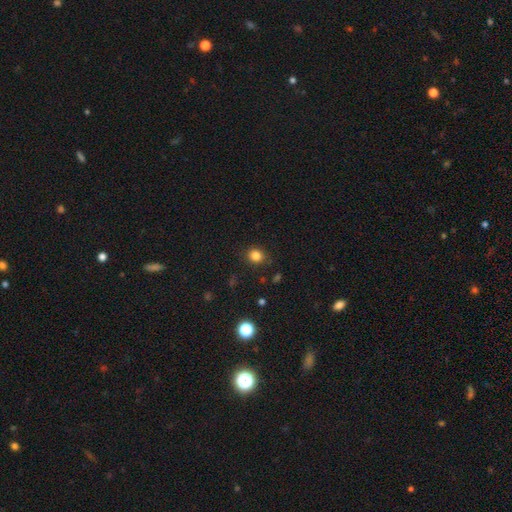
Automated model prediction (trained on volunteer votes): A smooth galaxy with no disk features (83%) that is round (79%). Merging: none (86%).